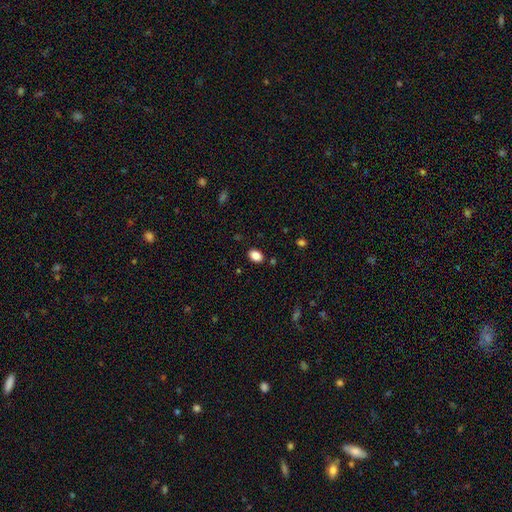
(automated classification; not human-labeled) A smooth galaxy with no disk features (87%) that is in between round and cigar-shaped (81%). Merging: none (87%).